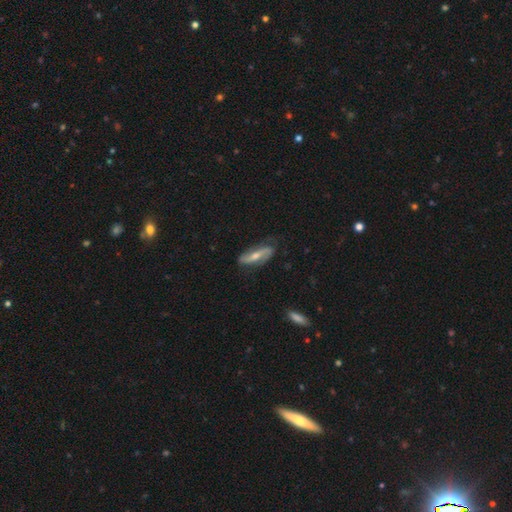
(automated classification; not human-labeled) Smooth or featured: featured or disk — 65% (smooth — 29%)
Edge-on disk: no — 80% (yes — 20%)
Bar: strong — 43% (weak — 30%)
Spiral arms: yes — 84% (no — 16%)
Bulge size: moderate — 56% (small — 37%)
Merging: none — 70% (minor disturbance — 22%)